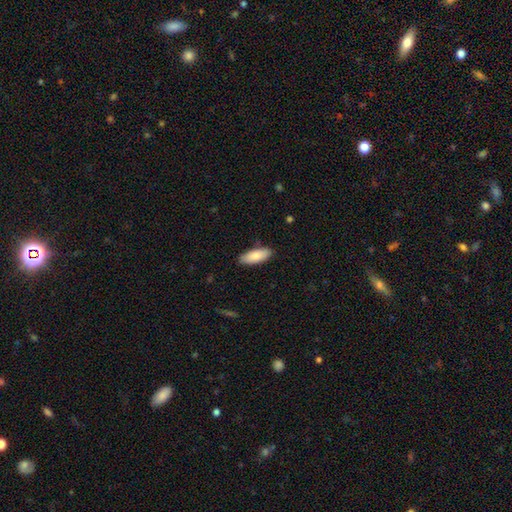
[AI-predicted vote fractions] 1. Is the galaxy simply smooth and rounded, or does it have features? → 85% smooth, 10% featured or disk, 6% star or artifact.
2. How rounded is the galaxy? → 76% in between, 23% cigar-shaped, 2% round.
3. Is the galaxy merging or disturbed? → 86% none, 11% minor disturbance, 2% major disturbance, 1% merger.